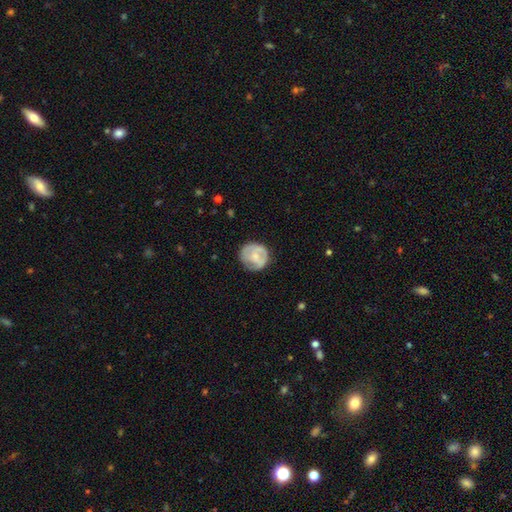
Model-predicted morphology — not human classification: Smooth or featured? smooth (52%)
How rounded? round (85%)
Merging? none (66%)